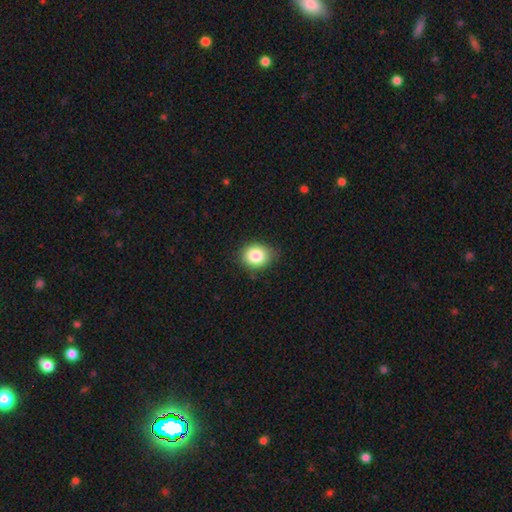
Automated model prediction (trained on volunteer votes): smooth_or_featured: smooth (p=0.83) [alt: star or artifact p=0.10]
how_rounded: round (p=0.65) [alt: in between p=0.34]
merging: none (p=0.82) [alt: minor disturbance p=0.14]